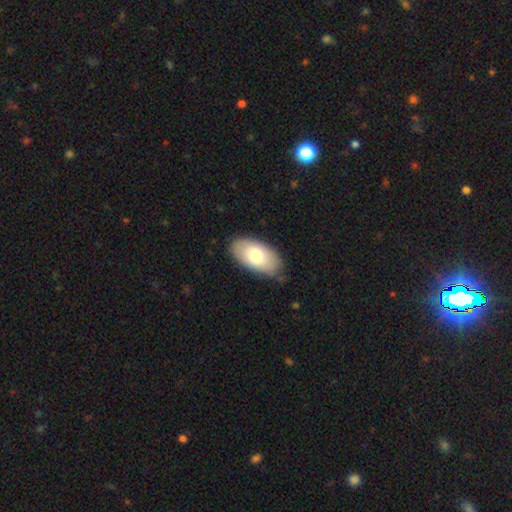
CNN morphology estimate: The model was most divided on "smooth or featured": smooth: 76%, featured or disk: 18%, star or artifact: 6%. More confident: how rounded — in between (95%); merging — none (81%).